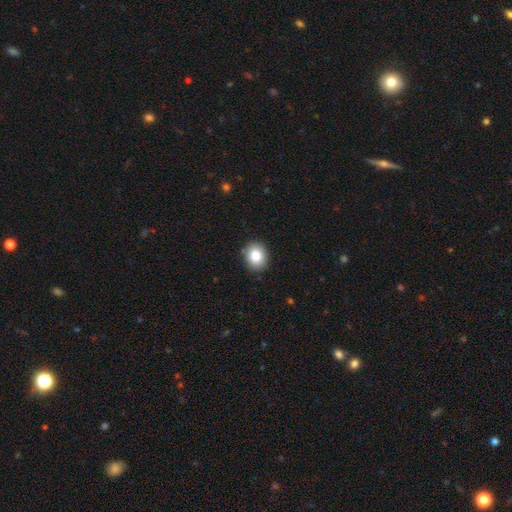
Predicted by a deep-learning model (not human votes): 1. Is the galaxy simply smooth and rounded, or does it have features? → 85% smooth, 9% star or artifact, 7% featured or disk.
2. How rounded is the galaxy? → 58% round, 41% in between, 1% cigar-shaped.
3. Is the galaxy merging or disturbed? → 86% none, 11% minor disturbance, 2% major disturbance, 1% merger.